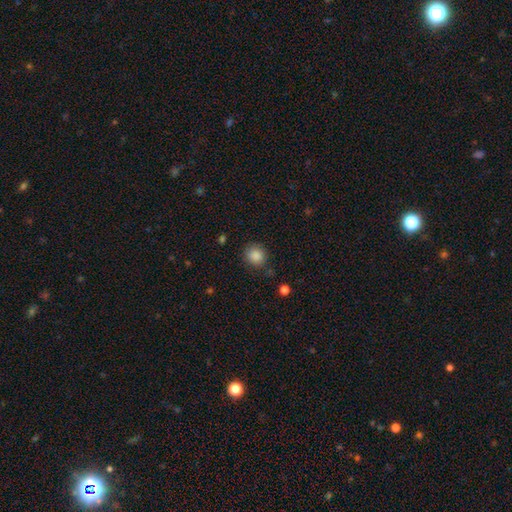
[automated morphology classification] smooth 87%, star or artifact 9%, featured or disk 3%. Down the decision tree: how rounded — round (81%); merging — none (80%).